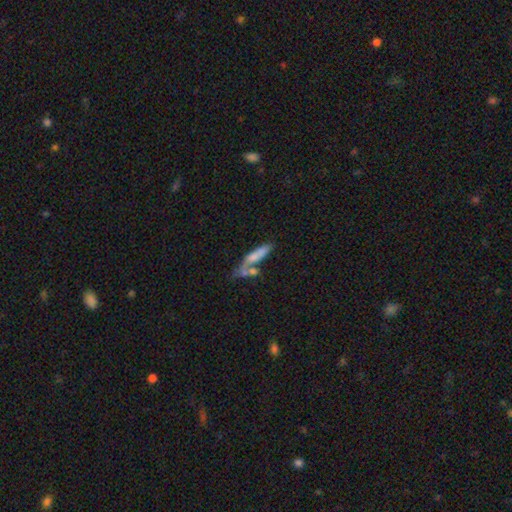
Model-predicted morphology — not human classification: This appears to be a smooth galaxy with no disk features (63%) that is cigar-shaped (68%). Merging: merger (39%).